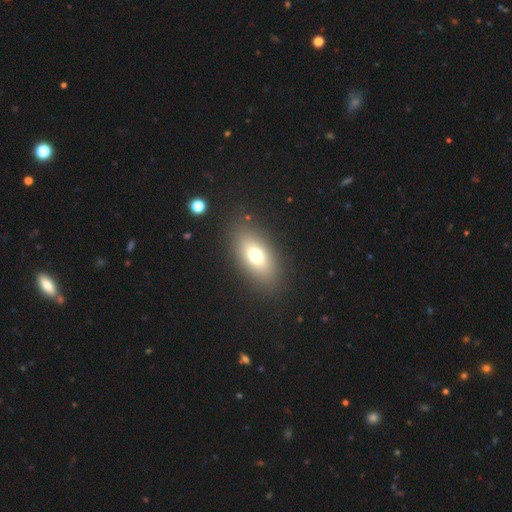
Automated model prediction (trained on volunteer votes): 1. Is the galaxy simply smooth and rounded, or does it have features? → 70% smooth, 19% featured or disk, 11% star or artifact.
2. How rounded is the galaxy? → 84% in between, 9% round, 7% cigar-shaped.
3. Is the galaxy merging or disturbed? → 86% none, 9% minor disturbance, 4% major disturbance, 1% merger.